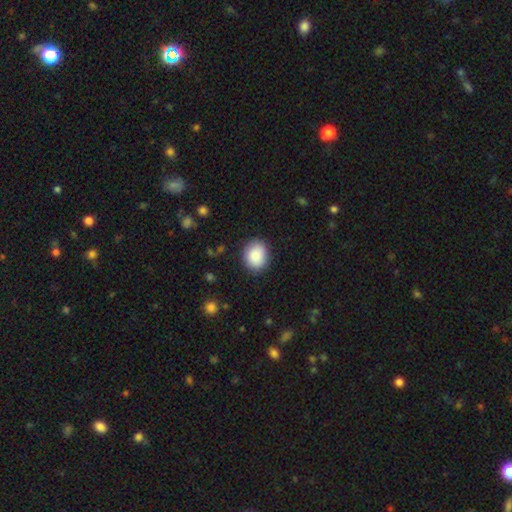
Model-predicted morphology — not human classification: This is clearly a smooth galaxy (88%). How rounded: possibly round (57%). Merging: clearly none (86%).